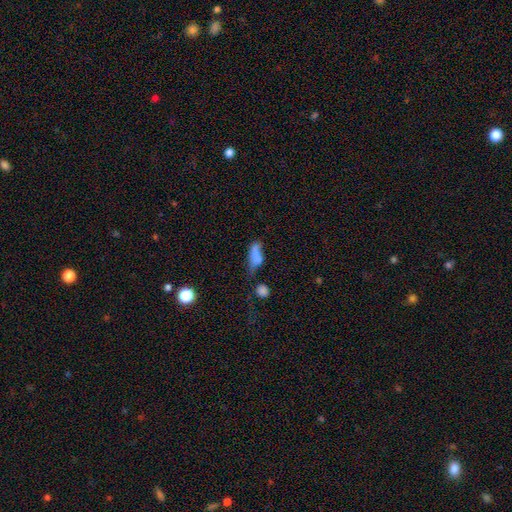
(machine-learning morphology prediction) Smooth or featured?
  - smooth: 66% *
  - featured or disk: 21%
  - star or artifact: 12%
How rounded?
  - in between: 68% *
  - cigar-shaped: 27%
  - round: 5%
Merging?
  - major disturbance: 28% *
  - minor disturbance: 26%
  - none: 25%
  - merger: 21%